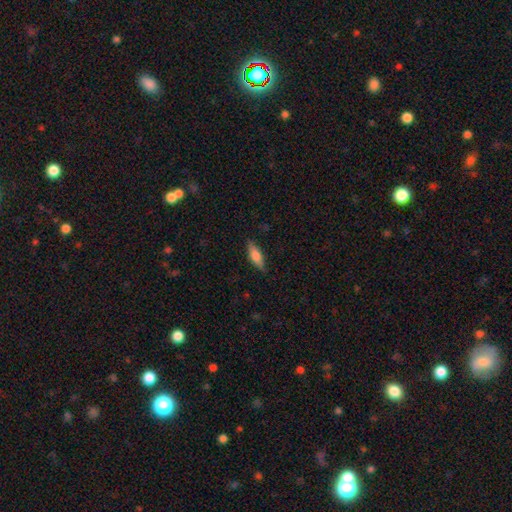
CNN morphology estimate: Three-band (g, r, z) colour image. It shows a smooth galaxy with no disk features (69%) that is in between round and cigar-shaped (52%). Merging: none (83%).